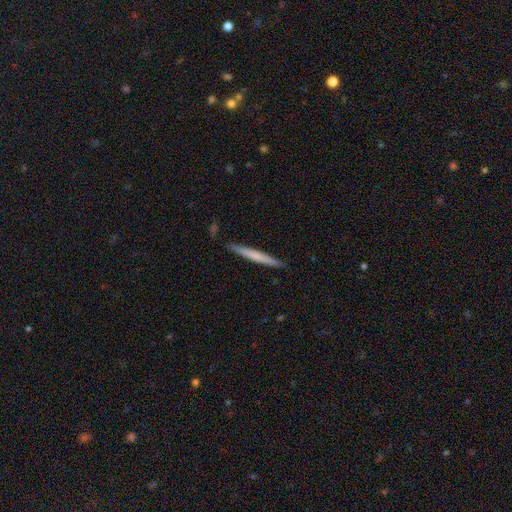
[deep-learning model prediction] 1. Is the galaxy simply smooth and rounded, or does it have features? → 57% smooth, 38% featured or disk, 5% star or artifact.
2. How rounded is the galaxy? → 97% cigar-shaped, 2% in between, 1% round.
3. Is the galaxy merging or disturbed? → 90% none, 8% minor disturbance, 1% major disturbance, 1% merger.